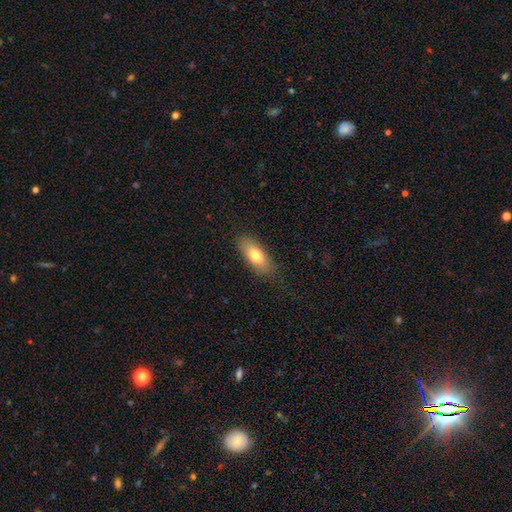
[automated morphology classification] This is likely a smooth galaxy (74%). How rounded: likely in between (77%). Merging: clearly none (83%).